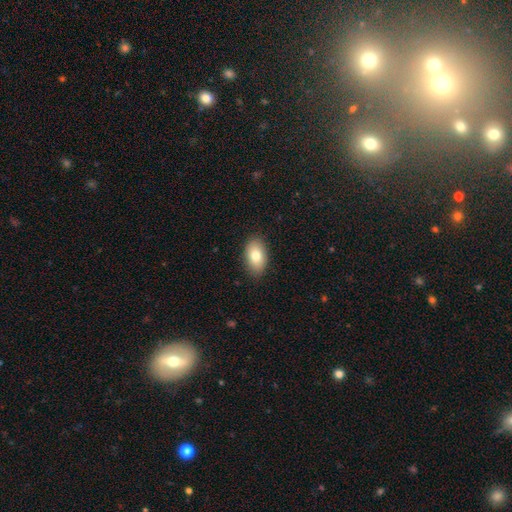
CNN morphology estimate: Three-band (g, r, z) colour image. It shows a smooth galaxy with no disk features (81%) that is in between round and cigar-shaped (92%). Merging: none (88%).